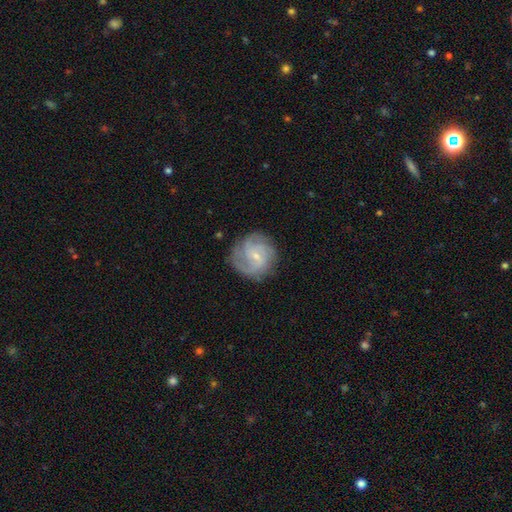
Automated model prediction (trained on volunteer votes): This is likely a featured or disk galaxy (78%). It is clearly not viewed edge-on (98%). Bar: possibly no (51%). Spiral arm pattern: clearly yes (95%). Spiral arm count: marginally 3 (32%). Spiral winding: marginally tight (44%). Central bulge: likely small (76%). Merging: likely none (77%).